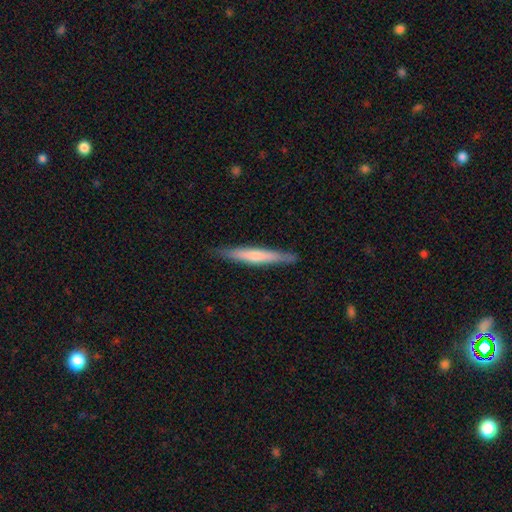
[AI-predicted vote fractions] Q: Smooth or featured?
A: smooth (54%); runner-up: featured or disk (41%)
Q: How rounded?
A: cigar-shaped (95%); runner-up: in between (4%)
Q: Merging?
A: none (88%); runner-up: minor disturbance (9%)